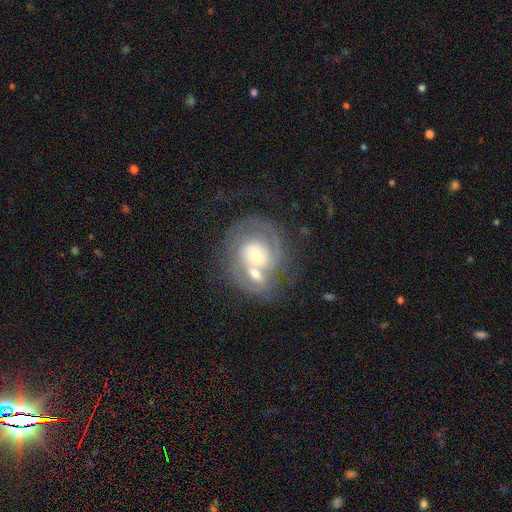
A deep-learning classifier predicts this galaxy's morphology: A featured or disk galaxy (76%) with no bar (69%), 2 (46%) tight (56%) spiral arms (82%) and a moderate central bulge (50%).

Vote fractions:
- Smooth or featured? featured or disk: 76% / smooth: 18% / star or artifact: 6%
- Edge-on disk? no: 97% / yes: 3%
- Bar? no: 69% / weak: 25% / strong: 7%
- Spiral arms? yes: 82% / no: 18%
- Spiral winding? tight: 56% / medium: 32% / loose: 12%
- Spiral arm count? 2: 46% / can't tell: 28% / 1: 15% / 3: 7% / 4: 2% / more than 4: 2%
- Bulge size? moderate: 50% / small: 41% / large: 6% / none: 2% / dominant: 1%
- Merging? merger: 53% / none: 27% / minor disturbance: 10% / major disturbance: 9%